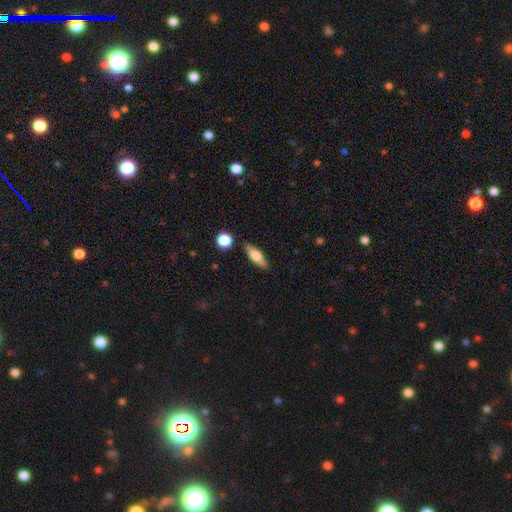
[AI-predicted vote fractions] The model was most divided on "how rounded": in between: 53%, cigar-shaped: 42%, round: 5%. More confident: merging — none (85%); smooth or featured — smooth (54%).